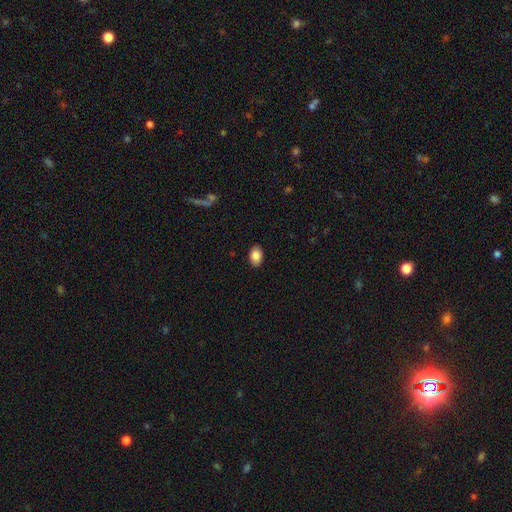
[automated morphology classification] type=smooth (87%); roundness=in between (86%); merging=none (89%).